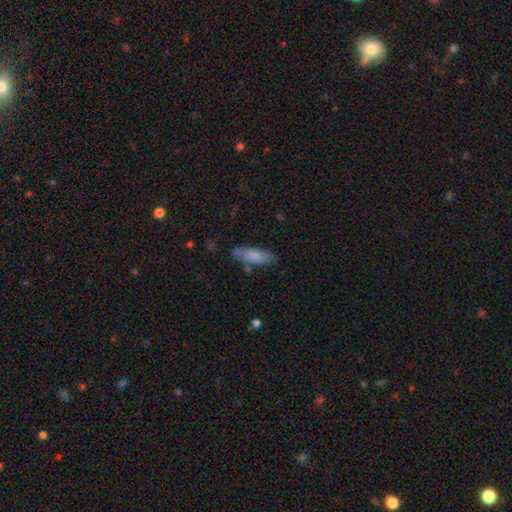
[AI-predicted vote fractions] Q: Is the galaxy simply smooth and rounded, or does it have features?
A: smooth — 71%.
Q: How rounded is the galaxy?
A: in between — 52%.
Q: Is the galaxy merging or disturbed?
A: none — 72%.